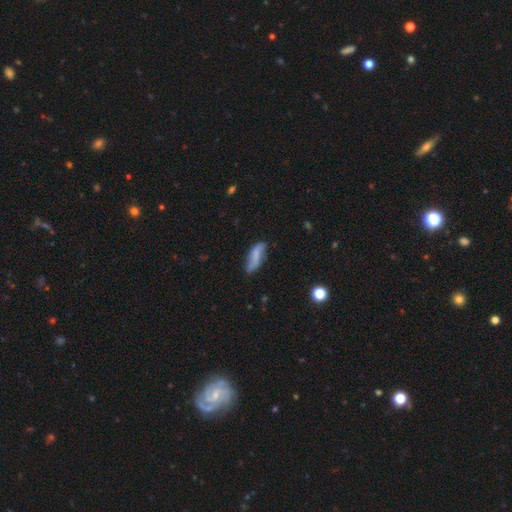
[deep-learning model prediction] Overall: smooth (54%; featured or disk 38%). How rounded: in between (68%; cigar-shaped 29%). Merging: none (59%; minor disturbance 28%).